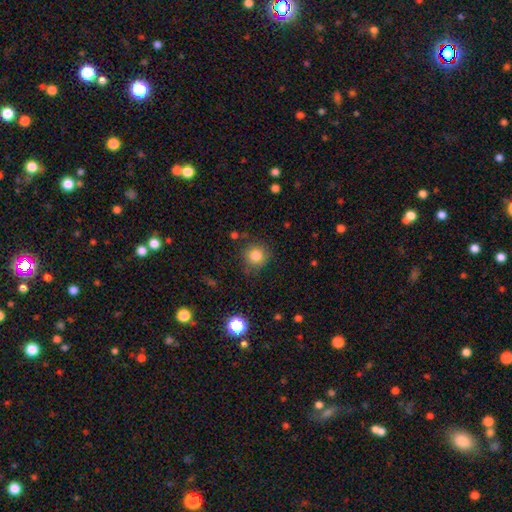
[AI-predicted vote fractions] smooth-or-featured: smooth: 82% | star or artifact: 11% | featured or disk: 7%
  how-rounded: round: 92% | in between: 7% | cigar-shaped: 1%
  merging: none: 82% | minor disturbance: 12% | major disturbance: 4% | merger: 2%